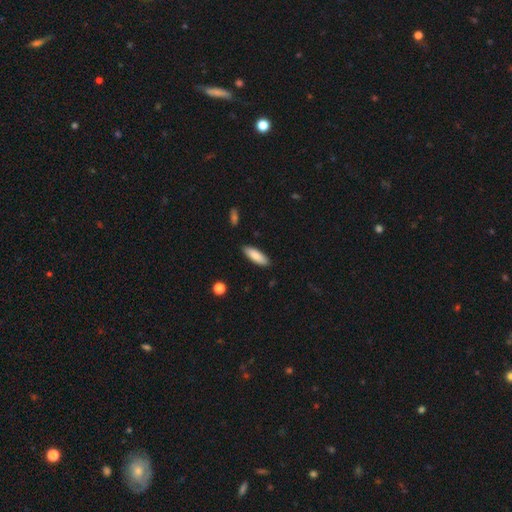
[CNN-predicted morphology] Smooth or featured?
  - smooth: 86% *
  - featured or disk: 8%
  - star or artifact: 6%
How rounded?
  - in between: 52% *
  - cigar-shaped: 47%
  - round: 1%
Merging?
  - none: 88% *
  - minor disturbance: 9%
  - major disturbance: 2%
  - merger: 1%